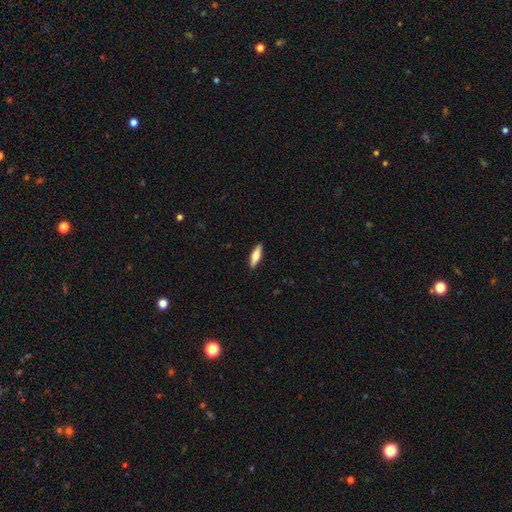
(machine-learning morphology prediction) smooth-or-featured: smooth: 61% | featured or disk: 33% | star or artifact: 6%
  how-rounded: cigar-shaped: 57% | in between: 41% | round: 2%
  merging: none: 91% | minor disturbance: 7% | major disturbance: 2% | merger: 1%